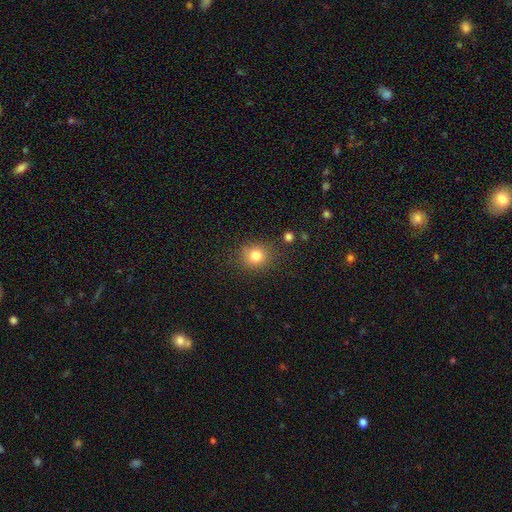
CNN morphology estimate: Smooth or featured: smooth — 80% (star or artifact — 13%)
How rounded: round — 80% (in between — 19%)
Merging: none — 82% (minor disturbance — 12%)